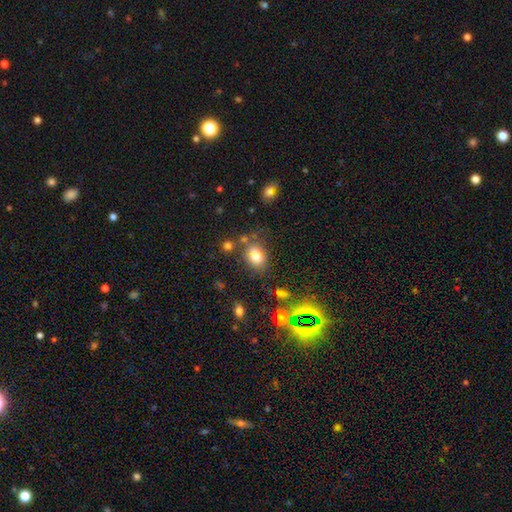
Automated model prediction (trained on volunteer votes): This is likely a smooth galaxy (75%). How rounded: likely in between (64%). Merging: likely none (64%).